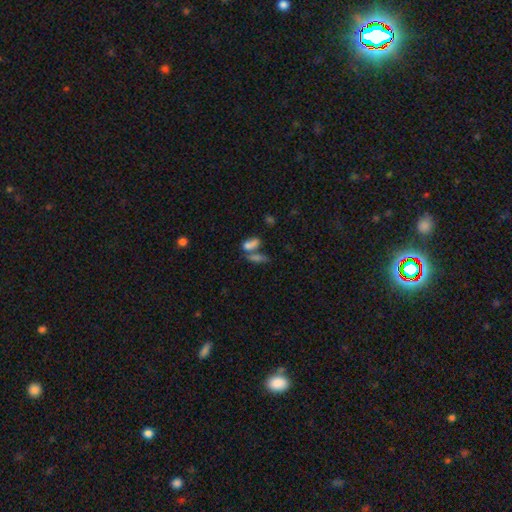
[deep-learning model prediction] smooth 59%, star or artifact 22%, featured or disk 19%. Down the decision tree: how rounded — in between (55%); merging — none (43%).